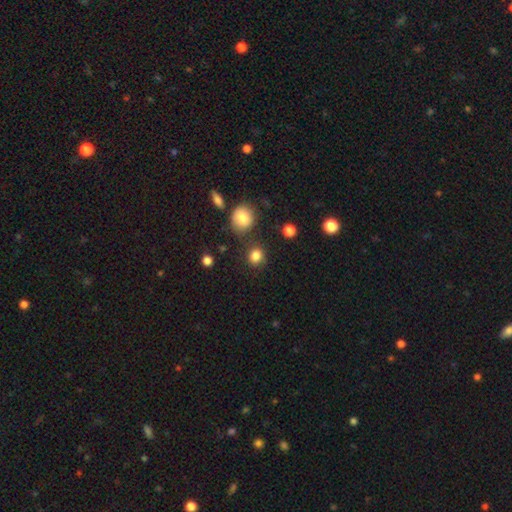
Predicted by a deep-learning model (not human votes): Smooth or featured? smooth (84%)
How rounded? round (77%)
Merging? none (79%)